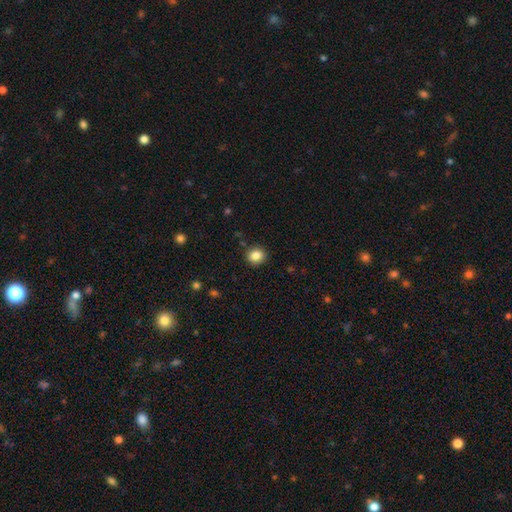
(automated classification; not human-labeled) Q: Smooth or featured?
A: smooth (85%); runner-up: star or artifact (10%)
Q: How rounded?
A: round (80%); runner-up: in between (19%)
Q: Merging?
A: none (89%); runner-up: minor disturbance (7%)